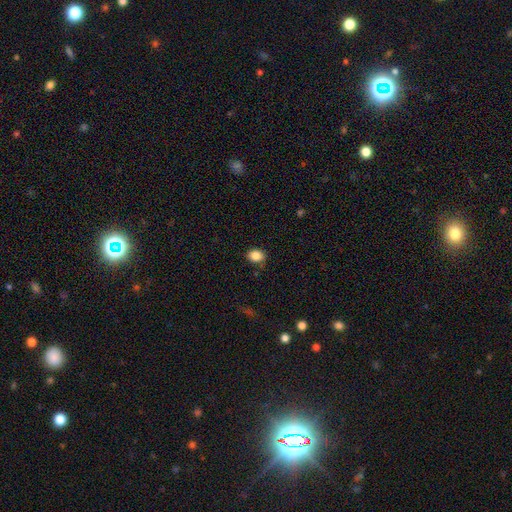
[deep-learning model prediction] Overall: smooth (86%). How rounded: in between (61%; round 38%). Merging: none (81%).